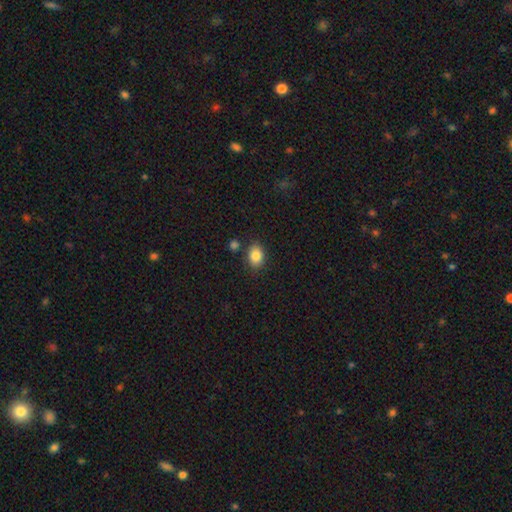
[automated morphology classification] Smooth or featured?
  - smooth: 85% *
  - star or artifact: 9%
  - featured or disk: 6%
How rounded?
  - in between: 69% *
  - round: 30%
  - cigar-shaped: 1%
Merging?
  - none: 80% *
  - minor disturbance: 11%
  - merger: 6%
  - major disturbance: 3%